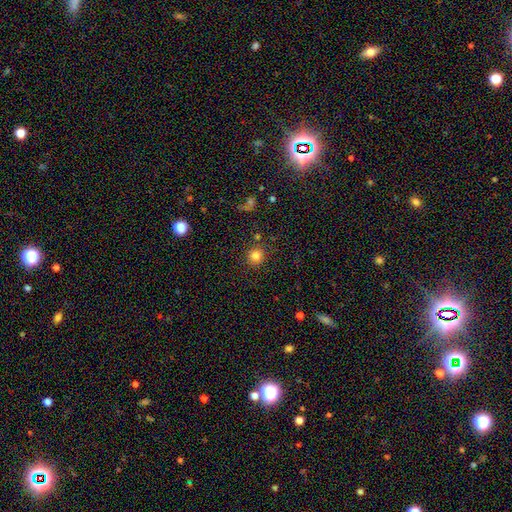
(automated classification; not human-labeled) A smooth galaxy with no disk features (82%) that is round (93%).

Vote fractions:
- Smooth or featured? smooth: 82% / star or artifact: 13% / featured or disk: 6%
- How rounded? round: 93% / in between: 6% / cigar-shaped: 1%
- Merging? none: 86% / minor disturbance: 7% / merger: 4% / major disturbance: 3%